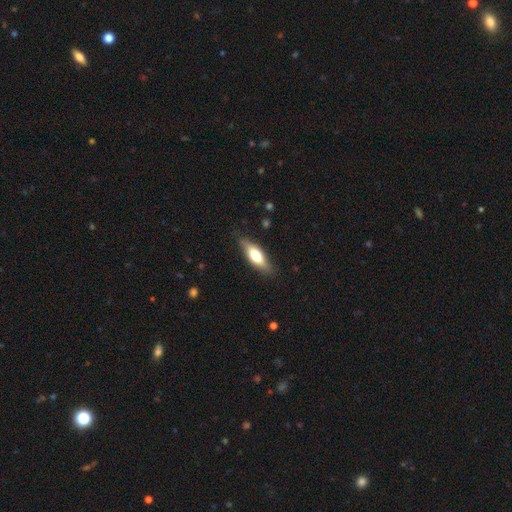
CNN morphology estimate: smooth-or-featured: smooth: 62% | featured or disk: 32% | star or artifact: 6%
  how-rounded: in between: 59% | cigar-shaped: 38% | round: 2%
  merging: none: 81% | minor disturbance: 14% | major disturbance: 3% | merger: 1%